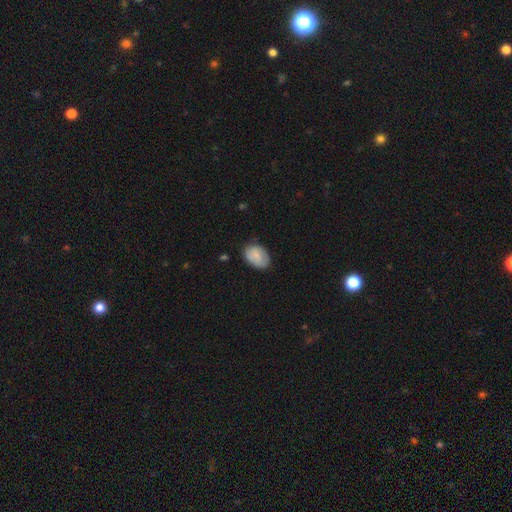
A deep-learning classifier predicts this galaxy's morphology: A smooth galaxy with no disk features (70%) that is in between round and cigar-shaped (80%). Merging: none (75%).